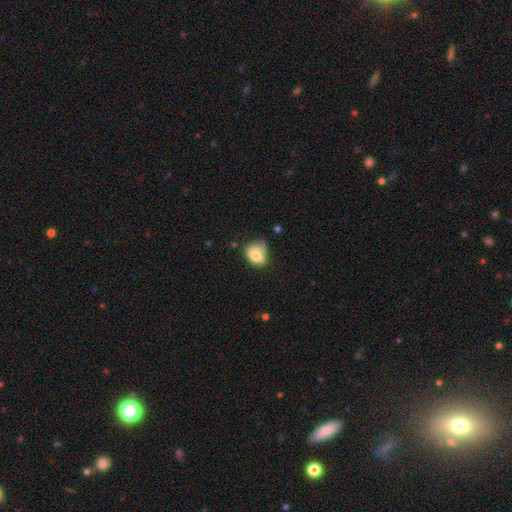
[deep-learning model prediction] The model was most divided on "merging": minor disturbance: 35%, none: 33%, major disturbance: 19%, merger: 12%. More confident: smooth or featured — smooth (72%); how rounded — in between (58%).